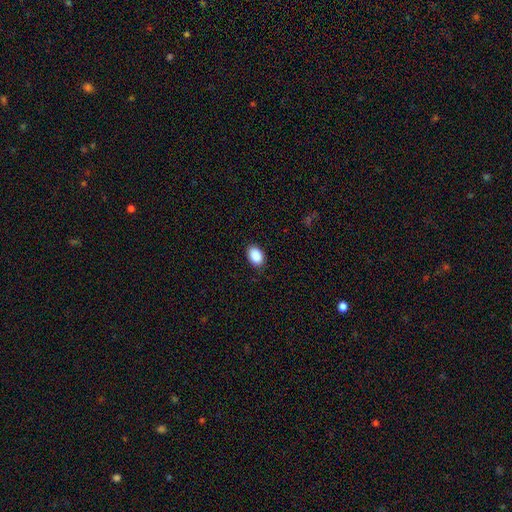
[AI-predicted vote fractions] Q: Smooth or featured?
A: smooth (90%); runner-up: star or artifact (7%)
Q: How rounded?
A: in between (85%); runner-up: round (14%)
Q: Merging?
A: none (86%); runner-up: minor disturbance (10%)